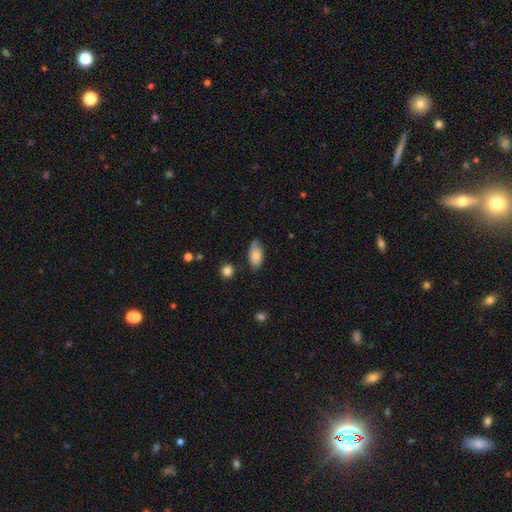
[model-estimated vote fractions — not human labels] Smooth or featured?
  - smooth: 75% *
  - featured or disk: 17%
  - star or artifact: 7%
How rounded?
  - in between: 91% *
  - cigar-shaped: 5%
  - round: 4%
Merging?
  - none: 67% *
  - minor disturbance: 26%
  - major disturbance: 5%
  - merger: 2%